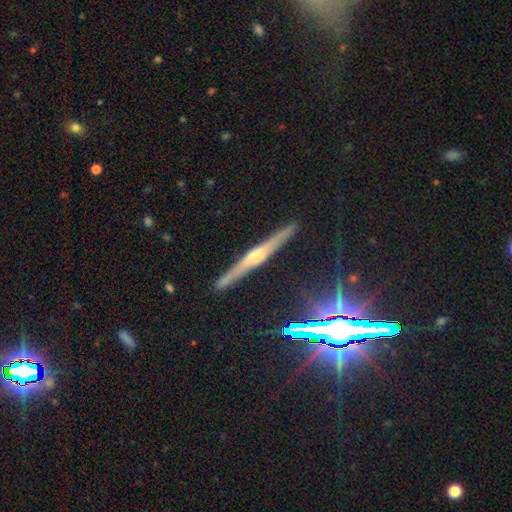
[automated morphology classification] Smooth or featured? Predicted: featured or disk (p=0.75). Edge-on disk? Predicted: yes (p=0.98). Edge-on bulge? Predicted: rounded (p=0.81). Merging? Predicted: none (p=0.89).